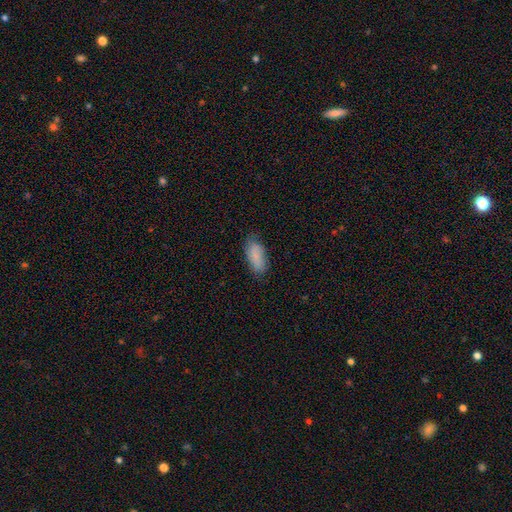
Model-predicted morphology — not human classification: Overall: smooth (83%). How rounded: in between (88%). Merging: none (71%).